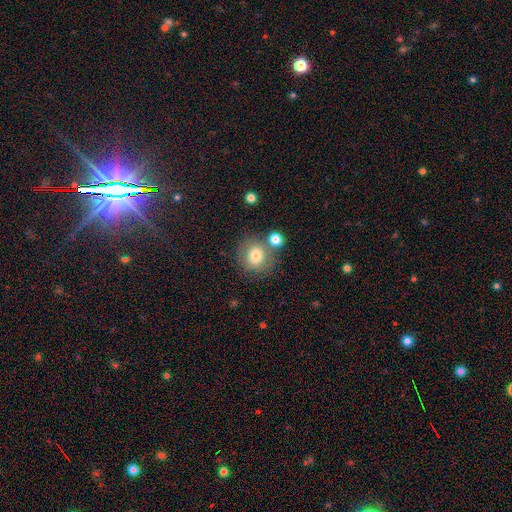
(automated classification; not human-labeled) The model was most divided on "merging": none: 62%, merger: 20%, minor disturbance: 13%, major disturbance: 5%. More confident: how rounded — round (82%); smooth or featured — smooth (75%).